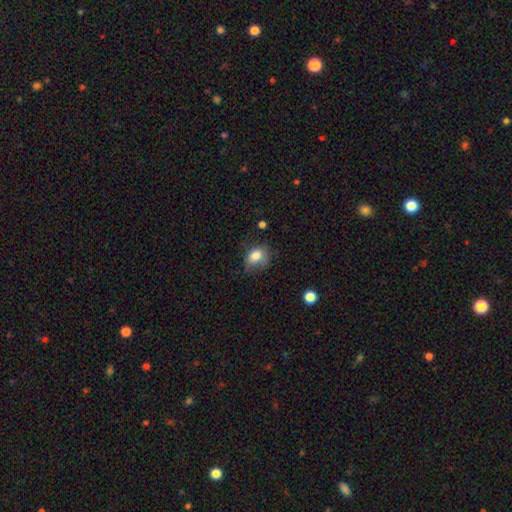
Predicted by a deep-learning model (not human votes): A smooth galaxy with no disk features (80%) that is in between round and cigar-shaped (61%).

Vote fractions:
- Smooth or featured? smooth: 80% / featured or disk: 11% / star or artifact: 9%
- How rounded? in between: 61% / round: 38% / cigar-shaped: 1%
- Merging? none: 48% / minor disturbance: 33% / major disturbance: 16% / merger: 2%